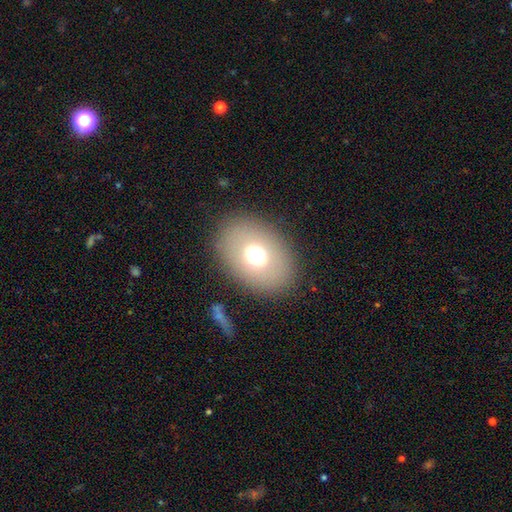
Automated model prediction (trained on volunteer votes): A smooth galaxy with no disk features (68%) that is in between round and cigar-shaped (69%).

Vote fractions:
- Smooth or featured? smooth: 68% / featured or disk: 20% / star or artifact: 12%
- How rounded? in between: 69% / round: 30% / cigar-shaped: 1%
- Merging? none: 86% / minor disturbance: 8% / major disturbance: 5% / merger: 2%